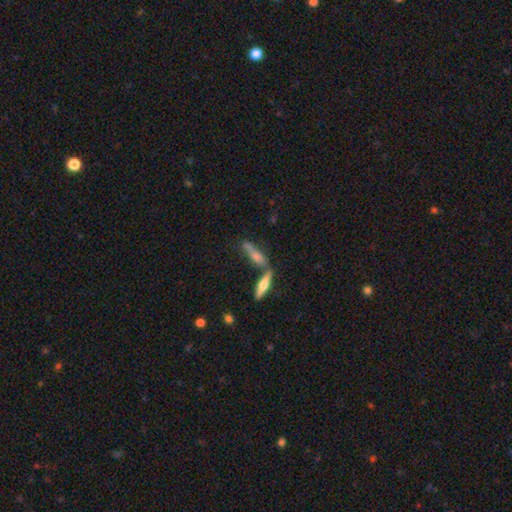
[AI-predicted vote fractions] smooth_or_featured: smooth (p=0.53) [alt: featured or disk p=0.39]
how_rounded: cigar-shaped (p=0.70) [alt: in between p=0.27]
merging: none (p=0.49) [alt: merger p=0.32]